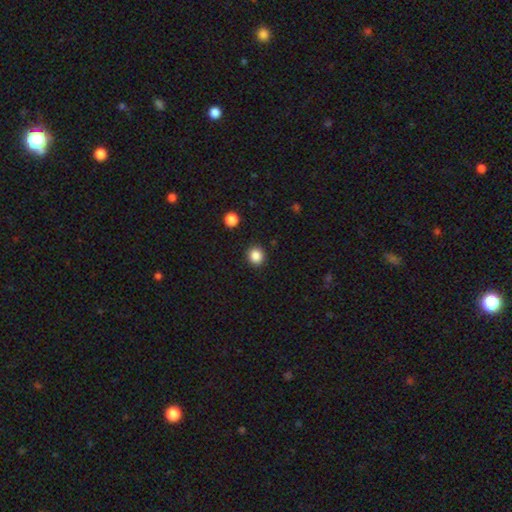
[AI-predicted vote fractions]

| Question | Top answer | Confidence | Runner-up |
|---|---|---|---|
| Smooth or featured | smooth | 86% | star or artifact (11%) |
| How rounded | round | 88% | in between (11%) |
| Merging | none | 91% | minor disturbance (6%) |